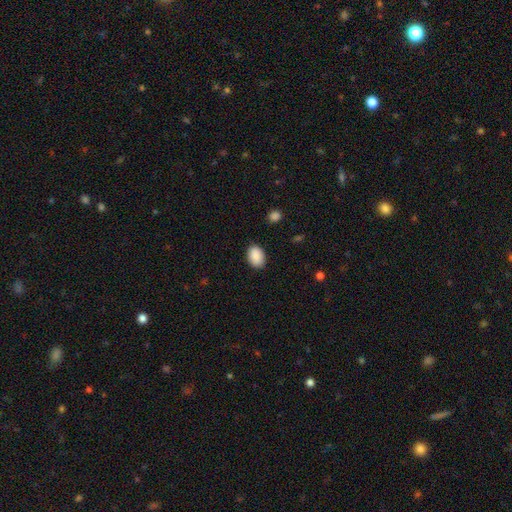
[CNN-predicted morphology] type=smooth (90%); roundness=in between (83%); merging=none (85%).